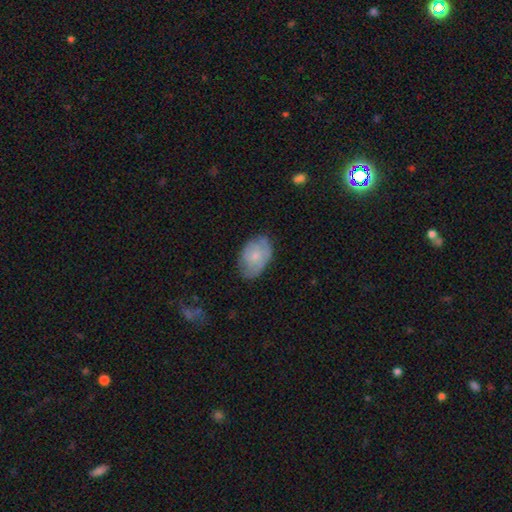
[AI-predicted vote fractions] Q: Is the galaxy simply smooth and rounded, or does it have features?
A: smooth — 63%.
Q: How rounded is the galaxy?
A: in between — 86%.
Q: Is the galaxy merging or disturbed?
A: none — 66%.